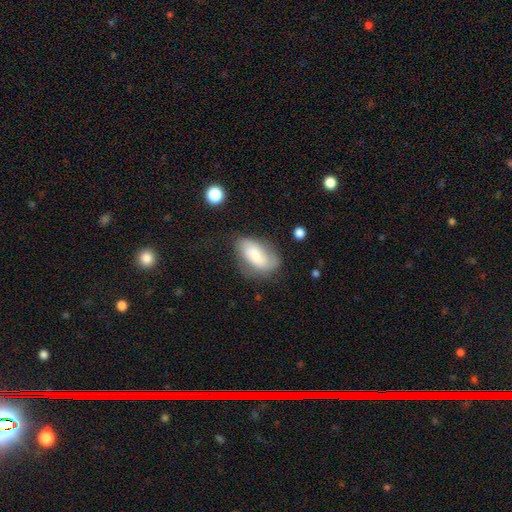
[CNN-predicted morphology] Q: Smooth or featured?
A: smooth (62%); runner-up: featured or disk (30%)
Q: How rounded?
A: in between (92%); runner-up: round (4%)
Q: Merging?
A: none (57%); runner-up: minor disturbance (28%)